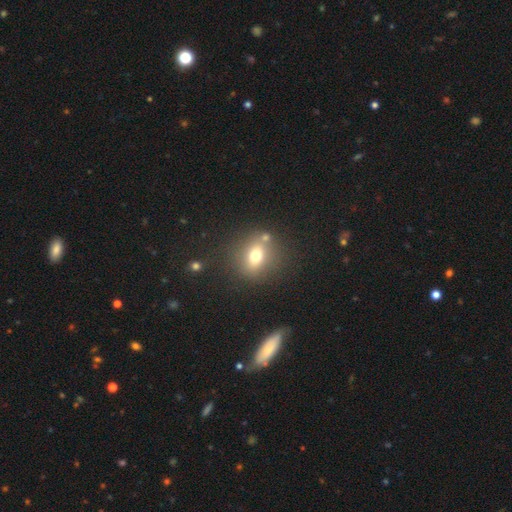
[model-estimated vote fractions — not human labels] Q: Smooth or featured?
A: smooth (68%); runner-up: featured or disk (19%)
Q: How rounded?
A: round (51%); runner-up: in between (46%)
Q: Merging?
A: none (73%); runner-up: minor disturbance (12%)